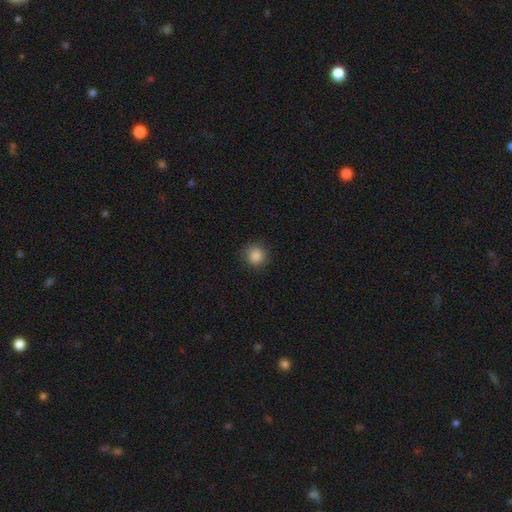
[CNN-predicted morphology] The model was most divided on "smooth or featured": smooth: 86%, star or artifact: 10%, featured or disk: 4%. More confident: how rounded — round (93%); merging — none (87%).